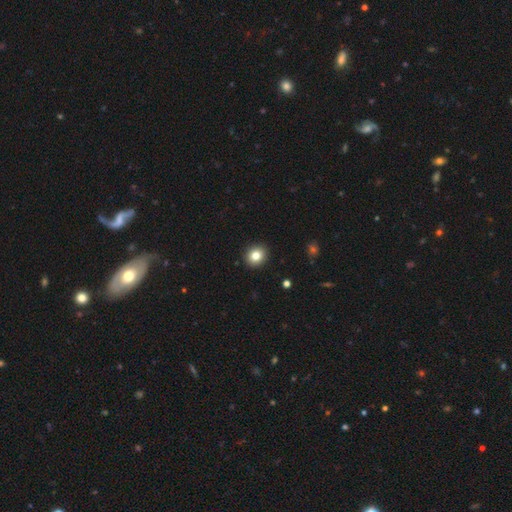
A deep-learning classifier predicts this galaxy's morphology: Smooth or featured? smooth (82%)
How rounded? round (81%)
Merging? none (92%)